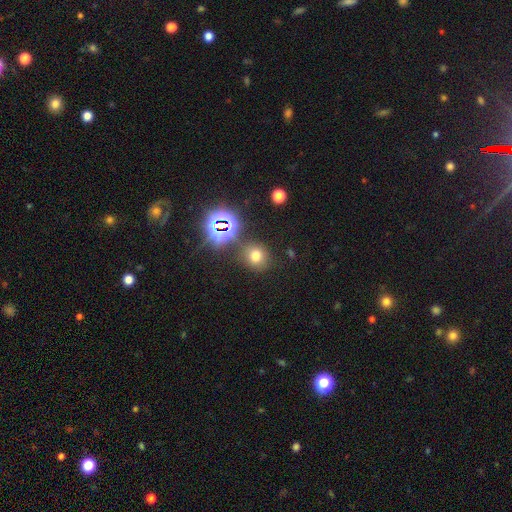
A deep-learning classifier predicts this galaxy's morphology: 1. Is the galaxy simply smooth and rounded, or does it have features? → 64% smooth, 28% star or artifact, 9% featured or disk.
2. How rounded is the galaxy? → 82% round, 17% in between, 1% cigar-shaped.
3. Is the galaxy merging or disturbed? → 79% none, 10% minor disturbance, 6% merger, 4% major disturbance.